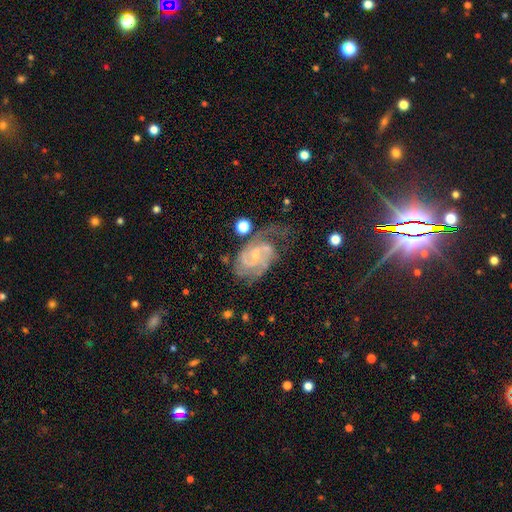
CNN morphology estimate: featured or disk 88%, smooth 6%, star or artifact 6%. Down the decision tree: edge-on disk — no (97%); bar — no (46%); spiral arms — yes (97%); spiral arm count — 2 (60%); spiral winding — tight (49%); bulge size — small (72%); merging — none (51%).